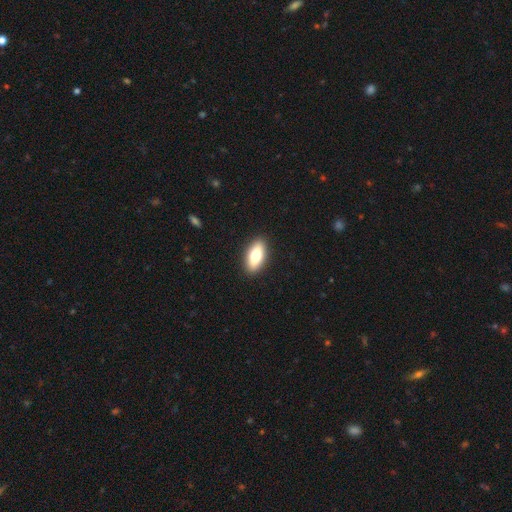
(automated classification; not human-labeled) A smooth galaxy with no disk features (74%) that is in between round and cigar-shaped (85%). Merging: none (91%).